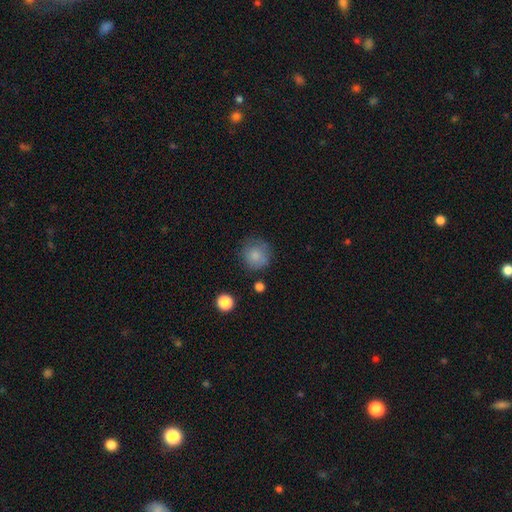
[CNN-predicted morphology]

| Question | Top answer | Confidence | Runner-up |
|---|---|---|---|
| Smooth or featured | smooth | 82% | star or artifact (9%) |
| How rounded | round | 91% | in between (8%) |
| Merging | none | 71% | minor disturbance (19%) |